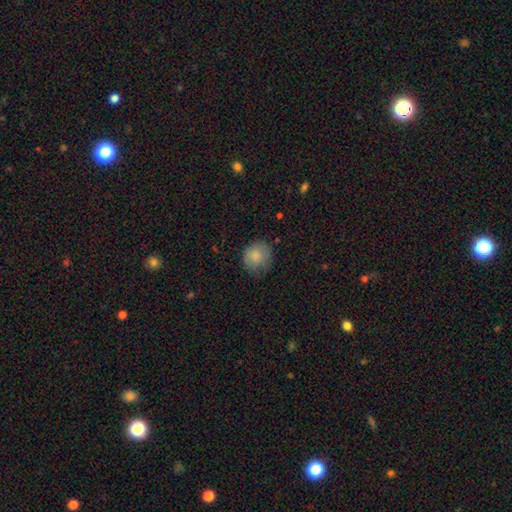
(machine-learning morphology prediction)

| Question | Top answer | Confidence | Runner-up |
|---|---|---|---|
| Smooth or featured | smooth | 85% | star or artifact (8%) |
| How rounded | round | 82% | in between (18%) |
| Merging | none | 71% | minor disturbance (22%) |